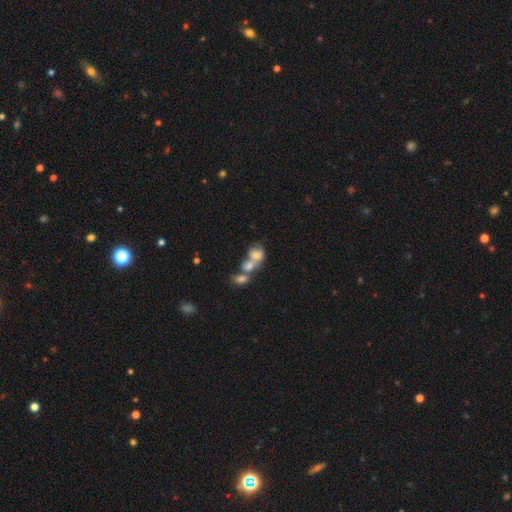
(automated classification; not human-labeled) A smooth galaxy with no disk features (65%) that is in between round and cigar-shaped (61%).

Vote fractions:
- Smooth or featured? smooth: 65% / featured or disk: 24% / star or artifact: 11%
- How rounded? in between: 61% / round: 36% / cigar-shaped: 2%
- Merging? merger: 70% / none: 17% / minor disturbance: 7% / major disturbance: 7%